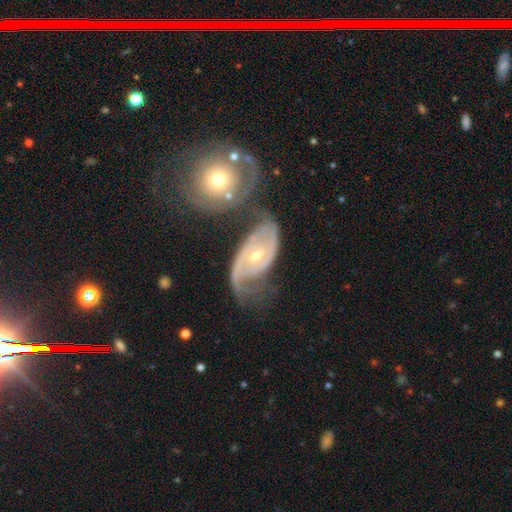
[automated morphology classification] Smooth or featured? featured or disk (89%)
Edge-on disk? no (96%)
Bar? no (49%)
Spiral arms? yes (96%)
Spiral winding? medium (42%)
Spiral arm count? 2 (77%)
Bulge size? moderate (50%)
Merging? none (41%)